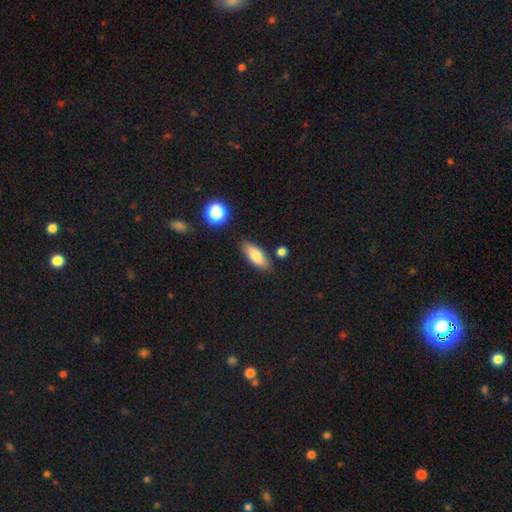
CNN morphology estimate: Smooth or featured: smooth — 78% (featured or disk — 15%)
How rounded: in between — 78% (cigar-shaped — 19%)
Merging: none — 81% (minor disturbance — 12%)